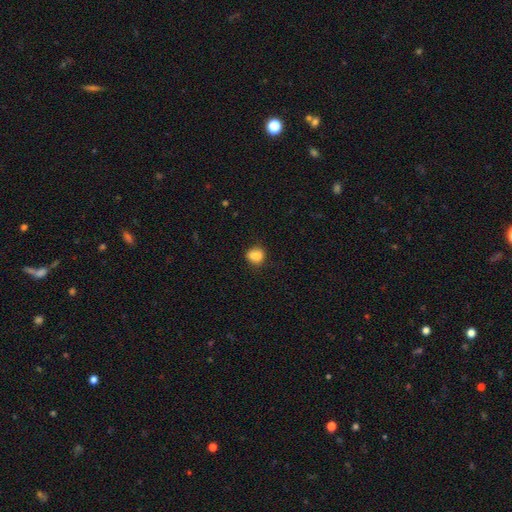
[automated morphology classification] smooth_or_featured: smooth (p=0.83) [alt: star or artifact p=0.10]
how_rounded: round (p=0.57) [alt: in between p=0.41]
merging: none (p=0.61) [alt: minor disturbance p=0.22]